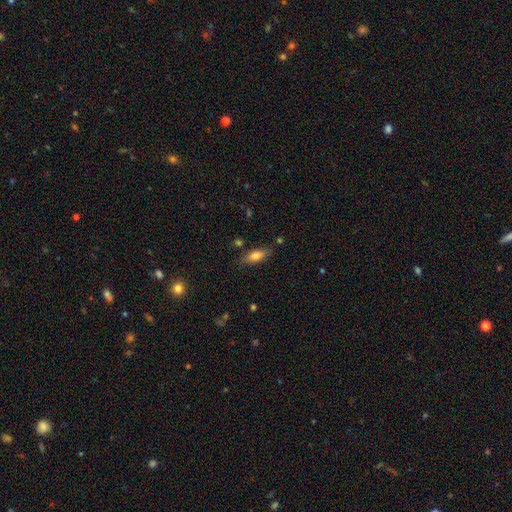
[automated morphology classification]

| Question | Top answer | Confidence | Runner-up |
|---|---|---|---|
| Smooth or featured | smooth | 74% | featured or disk (18%) |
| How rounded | in between | 71% | cigar-shaped (26%) |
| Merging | none | 78% | minor disturbance (15%) |